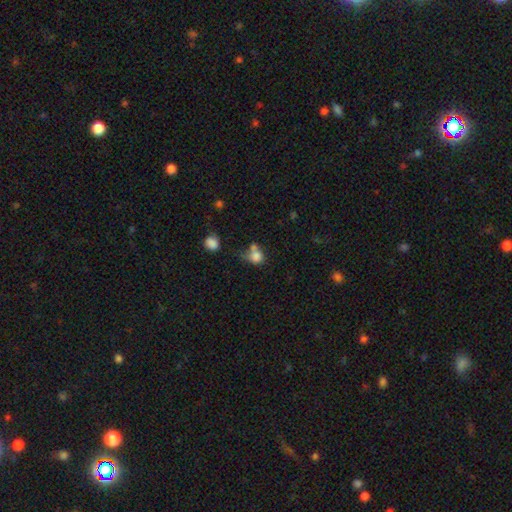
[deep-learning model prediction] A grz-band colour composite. It shows a smooth galaxy with no disk features (76%) that is round (63%). Merging: merger (37%).